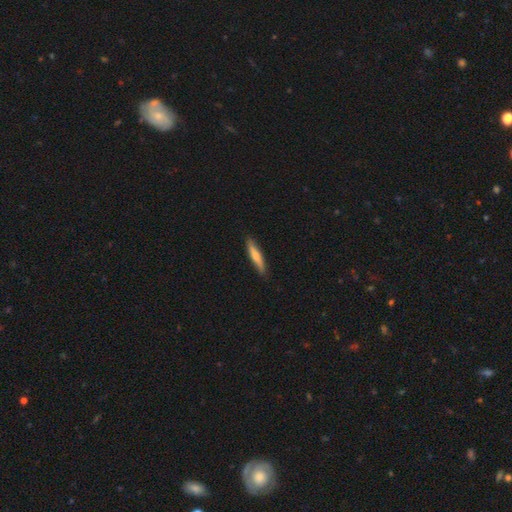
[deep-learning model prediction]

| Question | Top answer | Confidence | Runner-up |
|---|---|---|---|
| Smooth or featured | smooth | 64% | featured or disk (31%) |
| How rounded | cigar-shaped | 89% | in between (9%) |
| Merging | none | 86% | minor disturbance (11%) |